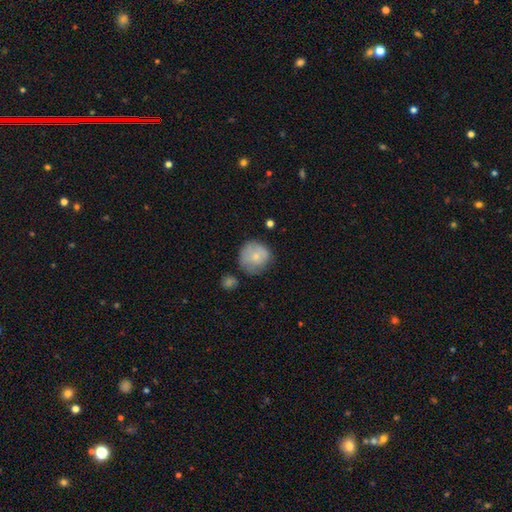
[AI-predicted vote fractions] This appears to be a smooth galaxy with no disk features (74%) that is round (90%). Merging: none (60%).